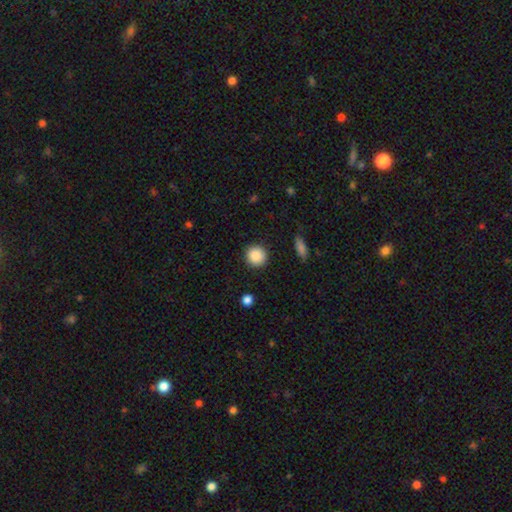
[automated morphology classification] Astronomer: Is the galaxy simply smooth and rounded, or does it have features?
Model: smooth — 88%.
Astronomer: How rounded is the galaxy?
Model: round — 93%.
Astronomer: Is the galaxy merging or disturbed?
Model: none — 91%.